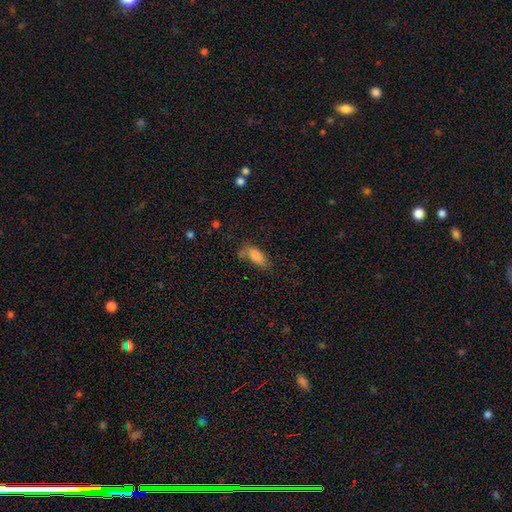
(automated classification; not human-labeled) smooth 82%, featured or disk 10%, star or artifact 8%. Down the decision tree: how rounded — in between (84%); merging — none (55%).